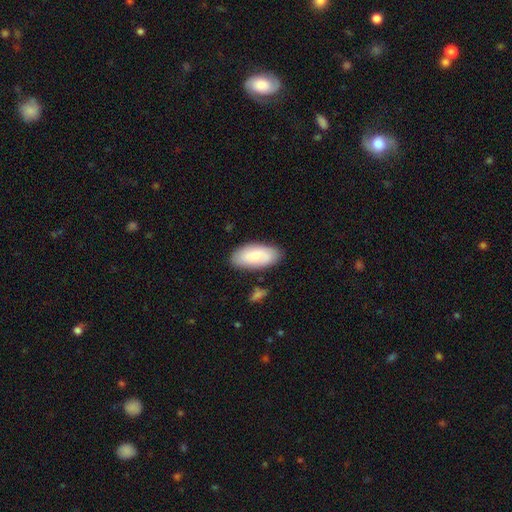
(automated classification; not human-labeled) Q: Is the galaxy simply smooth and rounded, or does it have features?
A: smooth — 74%.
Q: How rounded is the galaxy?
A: in between — 93%.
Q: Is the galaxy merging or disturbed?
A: none — 80%.